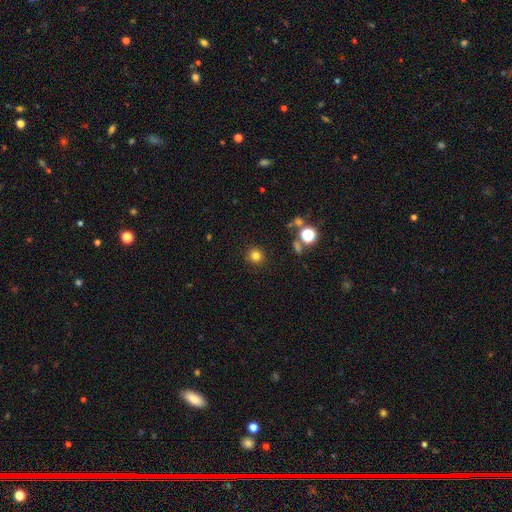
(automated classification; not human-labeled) The model was most divided on "smooth or featured": smooth: 78%, star or artifact: 16%, featured or disk: 6%. More confident: how rounded — round (93%); merging — none (89%).